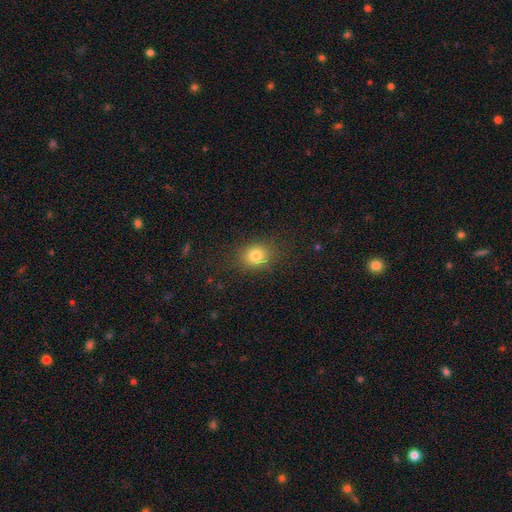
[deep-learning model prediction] Overall: smooth (80%). How rounded: round (65%; in between 34%). Merging: none (84%).